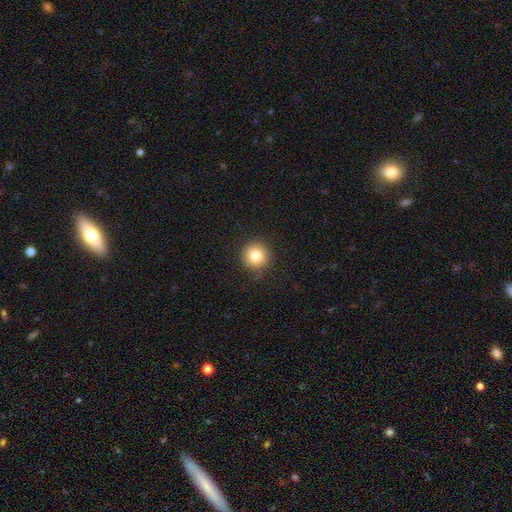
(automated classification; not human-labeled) This is clearly a smooth galaxy (83%). How rounded: clearly round (95%). Merging: clearly none (89%).